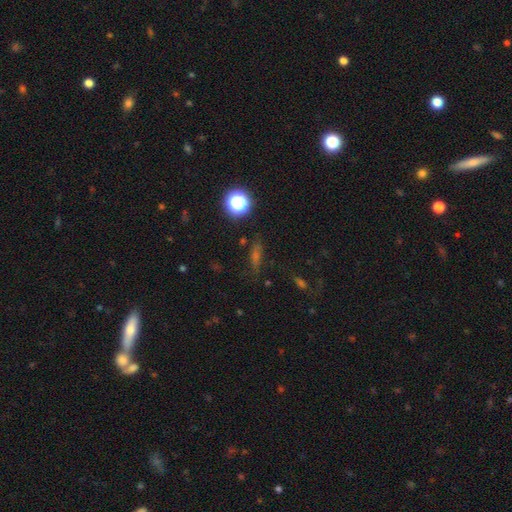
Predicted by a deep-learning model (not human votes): smooth_or_featured: smooth (p=0.43) [alt: star or artifact p=0.39]
merging: none (p=0.78) [alt: minor disturbance p=0.13]